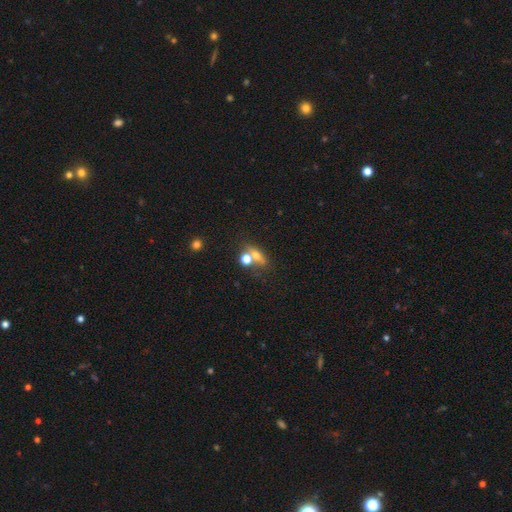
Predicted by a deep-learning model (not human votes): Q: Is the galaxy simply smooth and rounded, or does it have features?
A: smooth — 59%.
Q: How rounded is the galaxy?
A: in between — 48%.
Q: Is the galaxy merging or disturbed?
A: none — 42%.